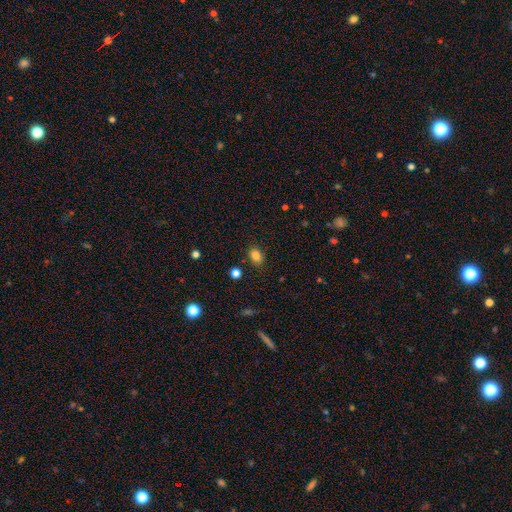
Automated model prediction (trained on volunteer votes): The model was most divided on "how rounded": in between: 73%, round: 26%, cigar-shaped: 1%. More confident: merging — none (83%); smooth or featured — smooth (83%).